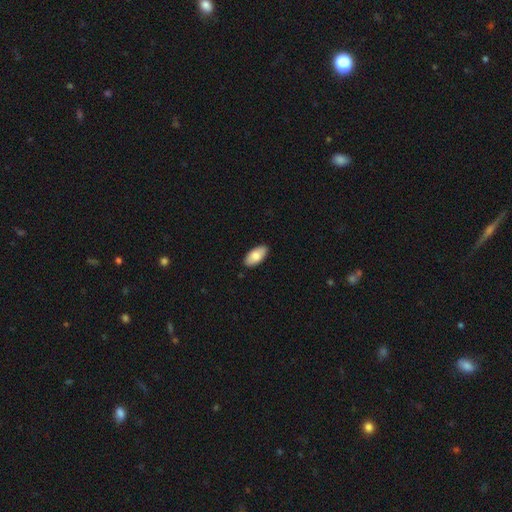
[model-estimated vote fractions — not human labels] This is clearly a smooth galaxy (82%). How rounded: clearly in between (94%). Merging: clearly none (88%).